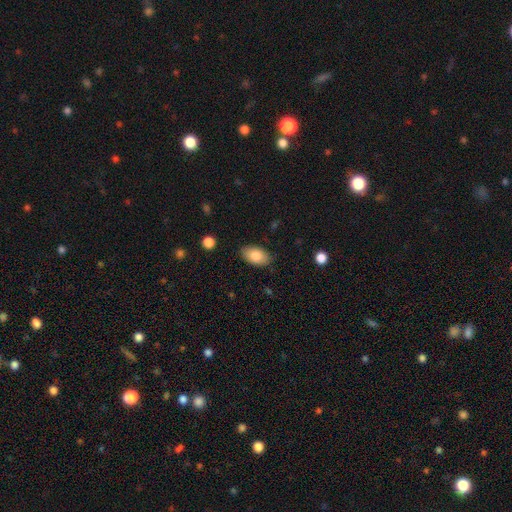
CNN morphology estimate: Smooth or featured?
  - smooth: 81% *
  - featured or disk: 12%
  - star or artifact: 7%
How rounded?
  - in between: 93% *
  - round: 6%
  - cigar-shaped: 2%
Merging?
  - none: 84% *
  - minor disturbance: 12%
  - major disturbance: 2%
  - merger: 1%